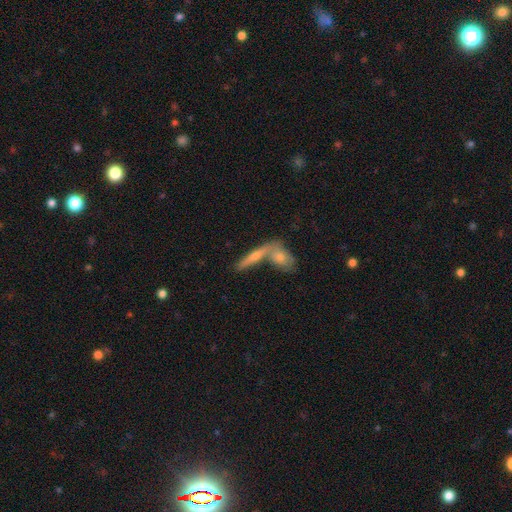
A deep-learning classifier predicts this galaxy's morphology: A featured or disk galaxy (45%). Merging: merger (49%).